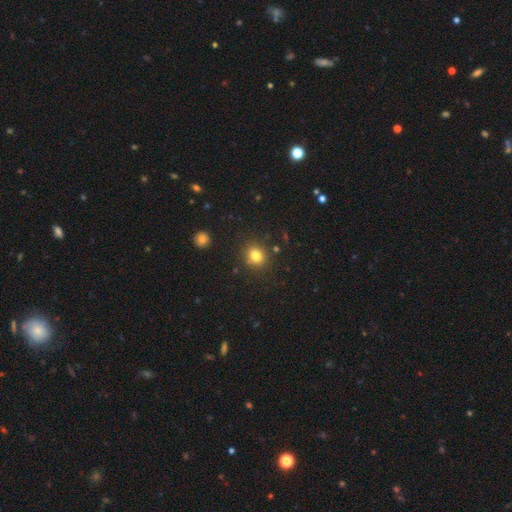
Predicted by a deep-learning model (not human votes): Smooth or featured: smooth — 81% (star or artifact — 13%)
How rounded: round — 77% (in between — 22%)
Merging: none — 85% (minor disturbance — 9%)